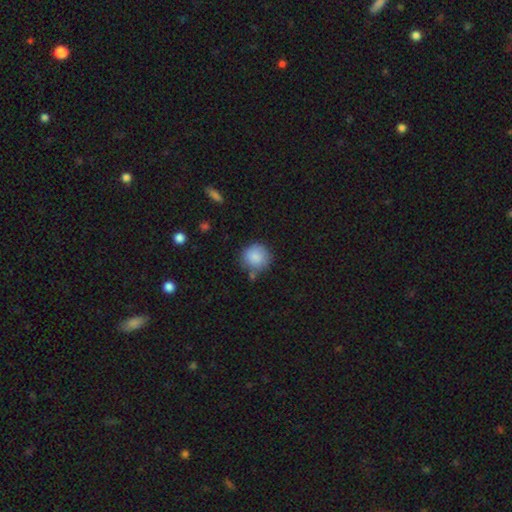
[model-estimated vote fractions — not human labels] smooth_or_featured: smooth (p=0.87) [alt: star or artifact p=0.07]
how_rounded: round (p=0.90) [alt: in between p=0.09]
merging: none (p=0.74) [alt: minor disturbance p=0.16]